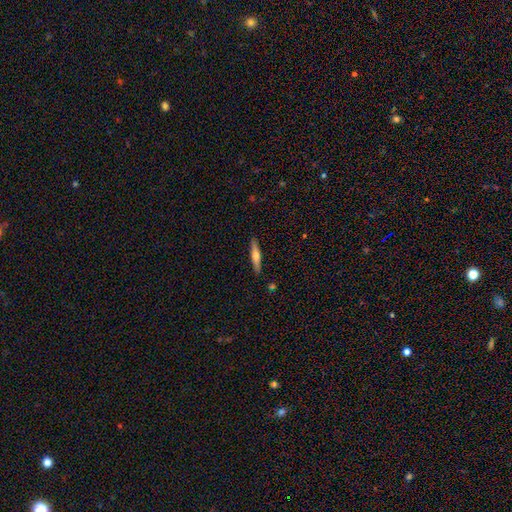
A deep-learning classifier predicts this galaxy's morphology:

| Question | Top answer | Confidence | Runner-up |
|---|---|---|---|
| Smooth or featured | smooth | 50% | featured or disk (44%) |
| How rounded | cigar-shaped | 88% | in between (10%) |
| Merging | none | 90% | minor disturbance (7%) |